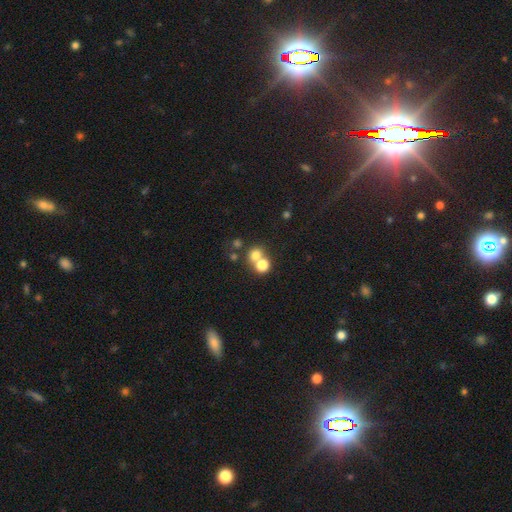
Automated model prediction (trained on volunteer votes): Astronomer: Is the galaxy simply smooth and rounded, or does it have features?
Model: smooth — 72%.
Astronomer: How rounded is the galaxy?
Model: round — 79%.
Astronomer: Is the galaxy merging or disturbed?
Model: merger — 47% (runner-up: none, 43%).